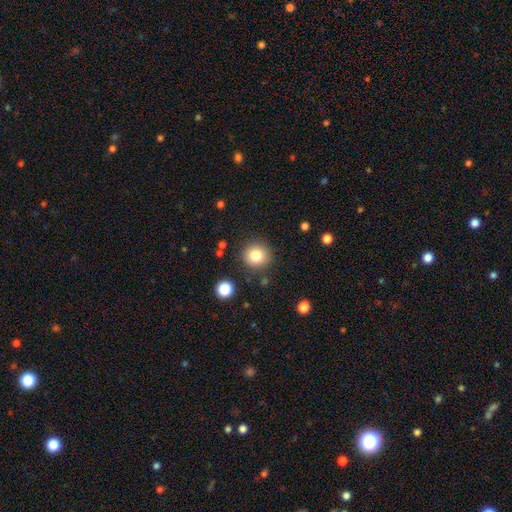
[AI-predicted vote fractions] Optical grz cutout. It shows a smooth galaxy with no disk features (81%) that is round (92%). Merging: none (86%).